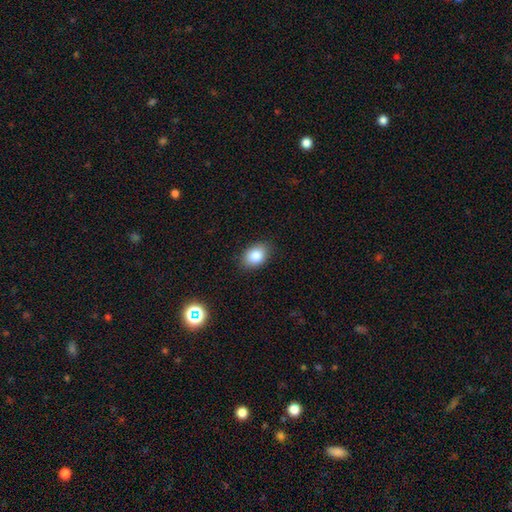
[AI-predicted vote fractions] smooth-or-featured: smooth: 85% | star or artifact: 9% | featured or disk: 7%
  how-rounded: in between: 77% | round: 22% | cigar-shaped: 1%
  merging: none: 85% | minor disturbance: 11% | major disturbance: 3% | merger: 1%